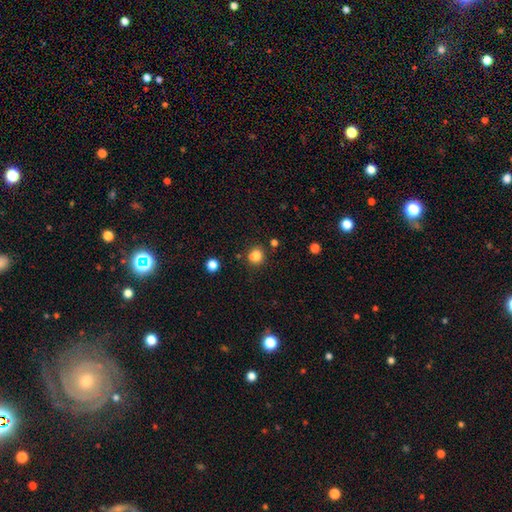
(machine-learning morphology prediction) type=smooth (81%); roundness=round (84%); merging=none (70%).